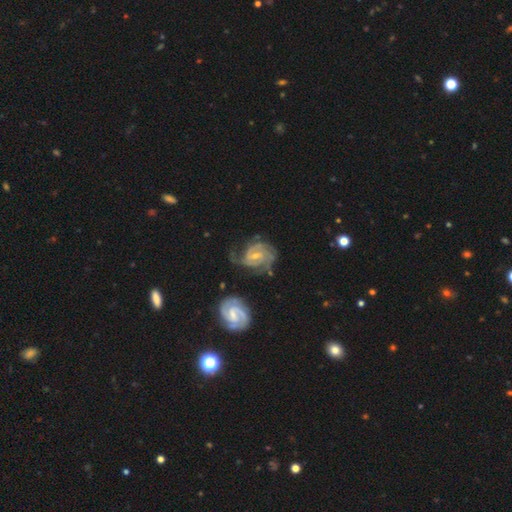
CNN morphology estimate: This is clearly a featured or disk galaxy (88%). It is clearly not viewed edge-on (98%). Bar: possibly weak (58%). Spiral arm pattern: clearly yes (96%). Spiral arm count: marginally 2 (40%). Spiral winding: possibly tight (52%). Central bulge: possibly small (56%). Merging: possibly none (49%).